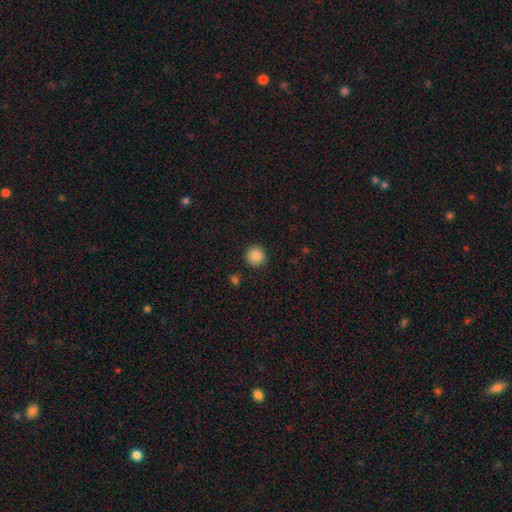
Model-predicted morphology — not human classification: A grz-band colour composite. It shows a smooth galaxy with no disk features (87%) that is round (94%). Merging: none (91%).